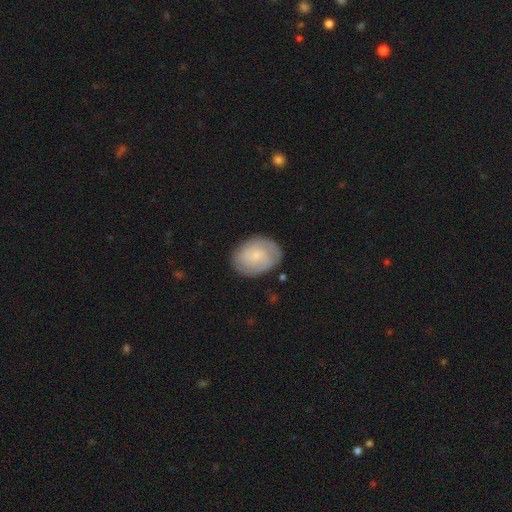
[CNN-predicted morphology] Smooth or featured: featured or disk — 57% (smooth — 37%)
Edge-on disk: no — 98% (yes — 2%)
Bar: no — 67% (weak — 29%)
Spiral arms: yes — 88% (no — 12%)
Bulge size: small — 67% (moderate — 22%)
Merging: none — 80% (minor disturbance — 15%)